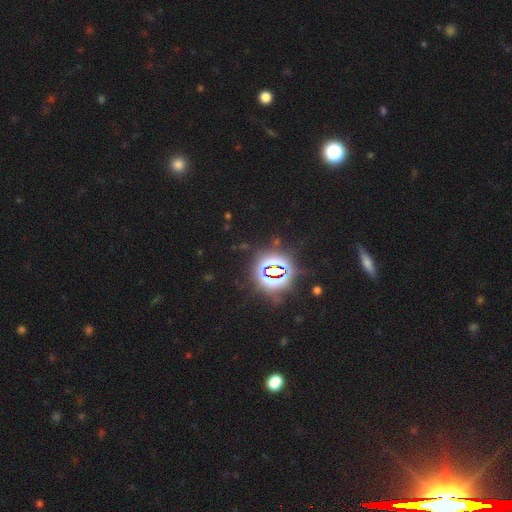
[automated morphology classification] smooth-or-featured: star or artifact: 83% | smooth: 11% | featured or disk: 6%